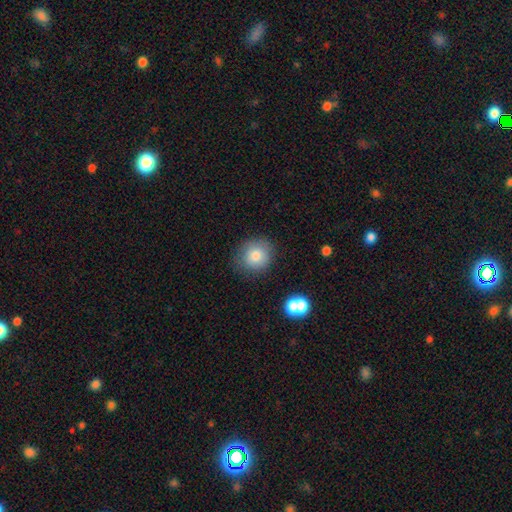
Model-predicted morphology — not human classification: Smooth or featured: smooth — 81% (featured or disk — 10%)
How rounded: round — 85% (in between — 15%)
Merging: none — 79% (minor disturbance — 14%)